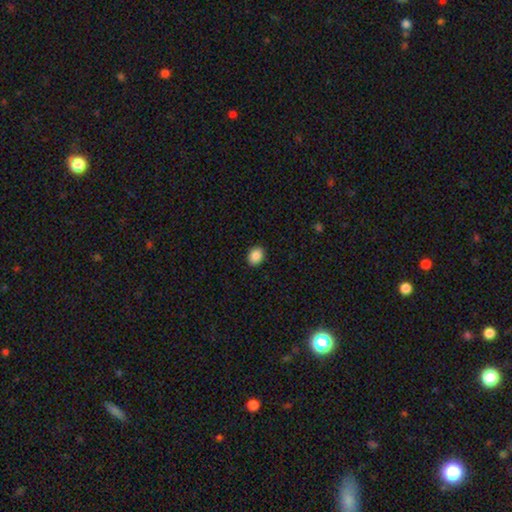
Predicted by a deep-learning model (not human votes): A smooth galaxy with no disk features (88%) that is in between round and cigar-shaped (56%).

Vote fractions:
- Smooth or featured? smooth: 88% / star or artifact: 8% / featured or disk: 4%
- How rounded? in between: 56% / round: 43% / cigar-shaped: 1%
- Merging? none: 91% / minor disturbance: 6% / major disturbance: 2% / merger: 1%